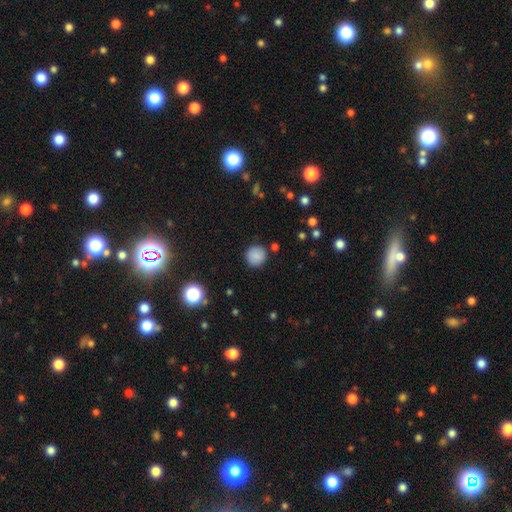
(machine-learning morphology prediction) smooth_or_featured: smooth (p=0.85) [alt: star or artifact p=0.10]
how_rounded: round (p=0.93) [alt: in between p=0.06]
merging: none (p=0.88) [alt: minor disturbance p=0.08]